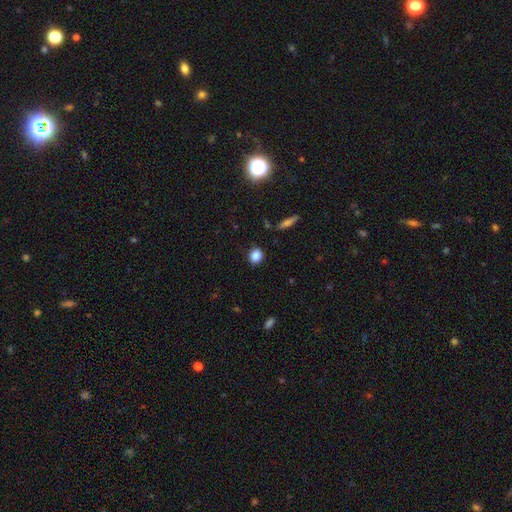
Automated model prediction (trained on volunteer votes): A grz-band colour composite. It shows a smooth galaxy with no disk features (85%) that is round (71%). Merging: none (86%).